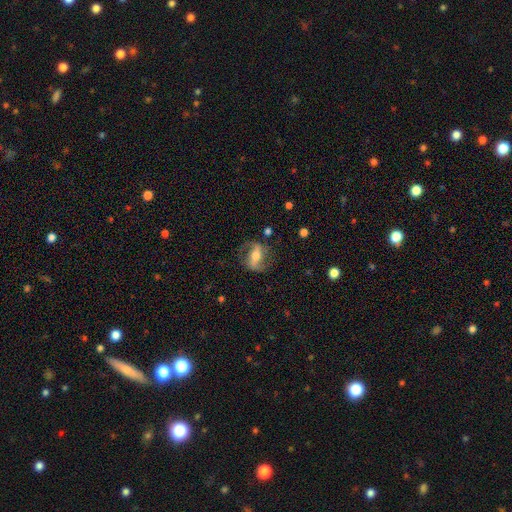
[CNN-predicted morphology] Smooth or featured: featured or disk — 72% (smooth — 21%)
Edge-on disk: no — 90% (yes — 10%)
Bar: strong — 56% (weak — 28%)
Spiral arms: yes — 83% (no — 17%)
Spiral winding: medium — 42% (loose — 41%)
Spiral arm count: 2 — 85% (can't tell — 7%)
Bulge size: moderate — 62% (small — 26%)
Merging: none — 71% (minor disturbance — 16%)